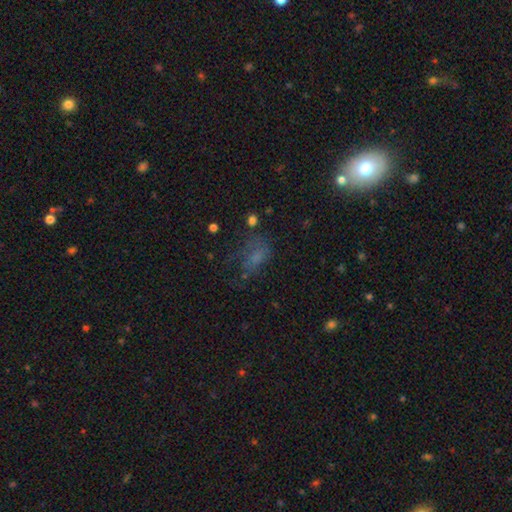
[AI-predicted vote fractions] This is possibly a smooth galaxy (52%). How rounded: likely in between (78%). Merging: marginally none (39%).